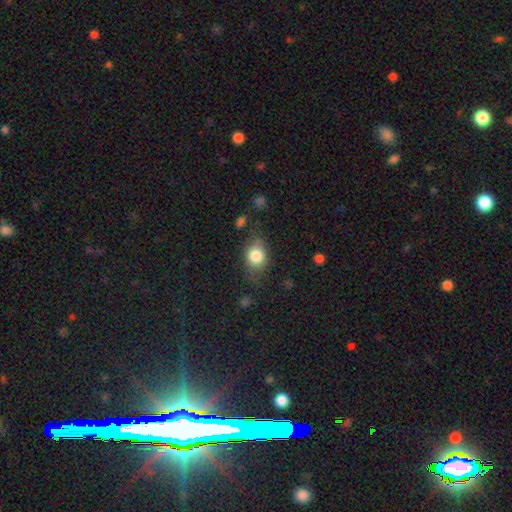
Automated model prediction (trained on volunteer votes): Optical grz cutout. It shows a smooth galaxy with no disk features (80%) that is in between round and cigar-shaped (62%). Merging: none (65%).